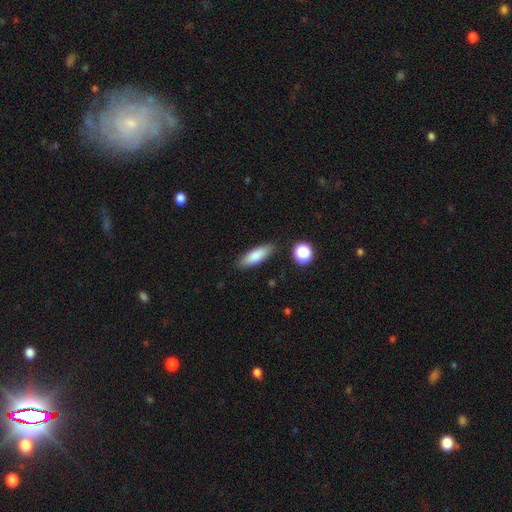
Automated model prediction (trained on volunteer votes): Q: Smooth or featured?
A: smooth (83%); runner-up: featured or disk (10%)
Q: How rounded?
A: in between (59%); runner-up: cigar-shaped (38%)
Q: Merging?
A: none (84%); runner-up: minor disturbance (11%)